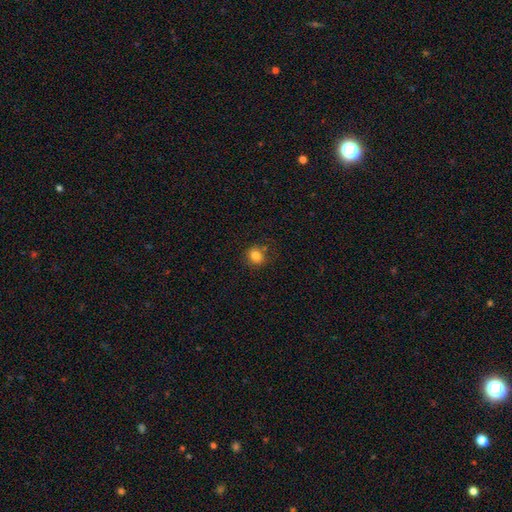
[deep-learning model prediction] This appears to be a smooth galaxy with no disk features (82%) that is round (81%). Merging: none (79%).